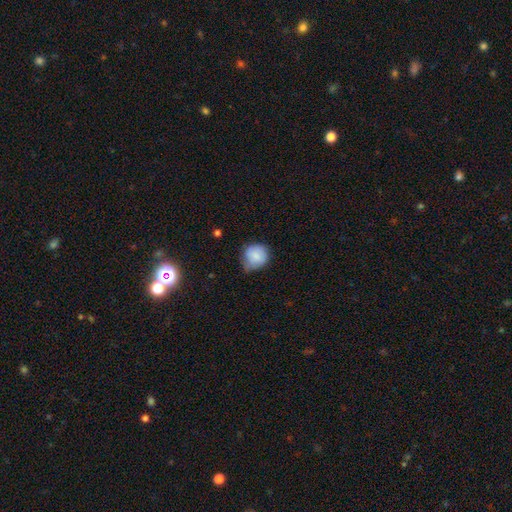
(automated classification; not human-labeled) smooth-or-featured: smooth: 80% | featured or disk: 12% | star or artifact: 8%
  how-rounded: round: 82% | in between: 17% | cigar-shaped: 1%
  merging: none: 47% | minor disturbance: 41% | major disturbance: 10% | merger: 2%